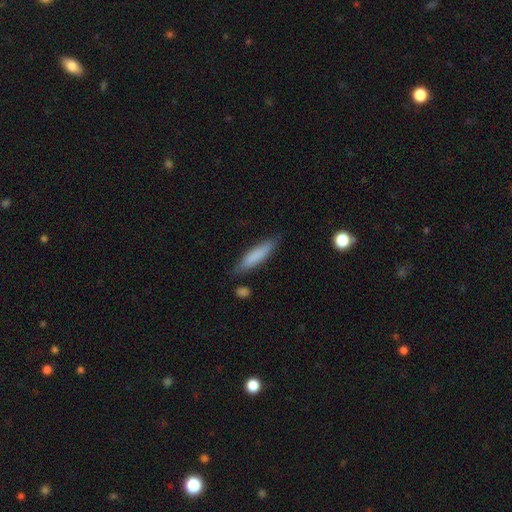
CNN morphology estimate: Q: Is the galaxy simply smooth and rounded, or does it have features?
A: smooth — 78%.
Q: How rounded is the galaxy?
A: cigar-shaped — 80%.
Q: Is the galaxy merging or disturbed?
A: none — 81%.